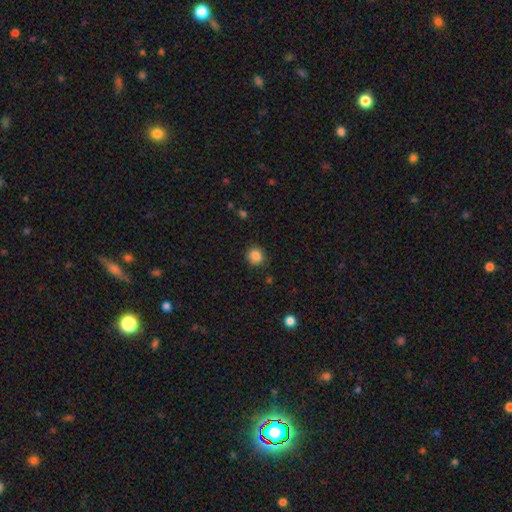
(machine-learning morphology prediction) This is clearly a smooth galaxy (86%). How rounded: clearly round (81%). Merging: clearly none (84%).